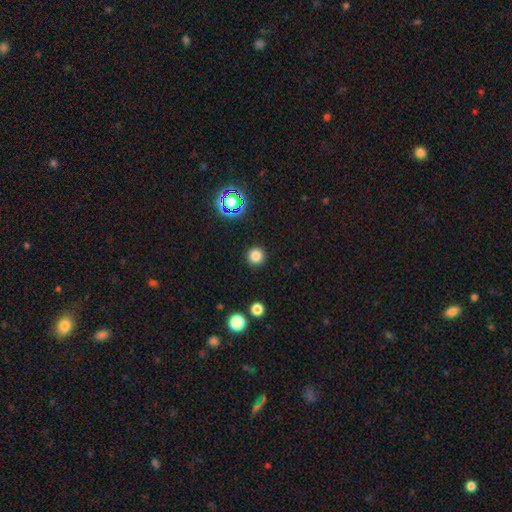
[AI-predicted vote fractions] This appears to be a smooth galaxy with no disk features (80%) that is round (96%). Merging: none (92%).